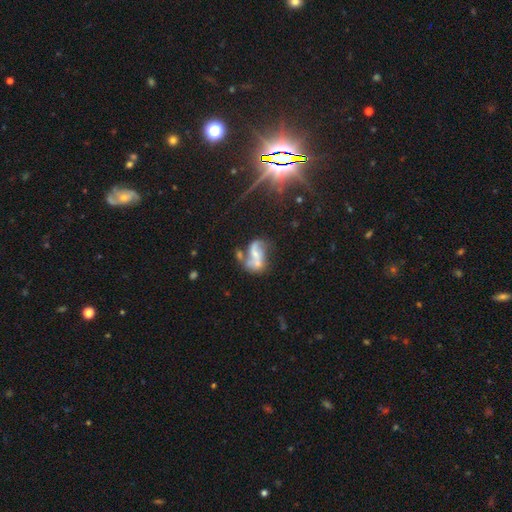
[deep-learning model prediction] A featured or disk galaxy (62%) with no bar (56%), spiral arms (68%) and a small central bulge (44%). Merging: merger (42%).